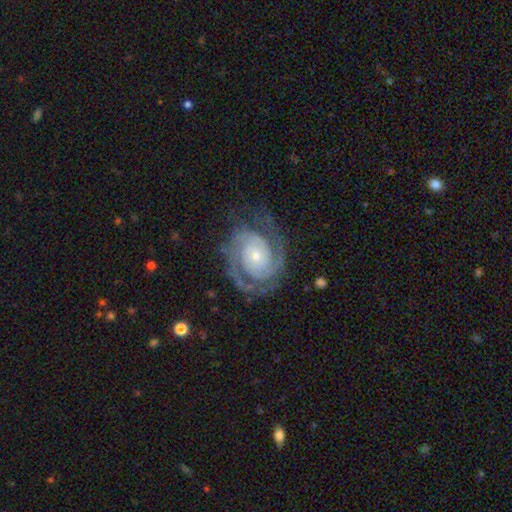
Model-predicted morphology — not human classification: The model was most divided on "spiral winding": tight: 66%, medium: 29%, loose: 5%. More confident: spiral arms — yes (98%); edge-on disk — no (98%); smooth or featured — featured or disk (91%); merging — none (75%); bar — no (72%); spiral arm count — 2 (71%); bulge size — small (68%).